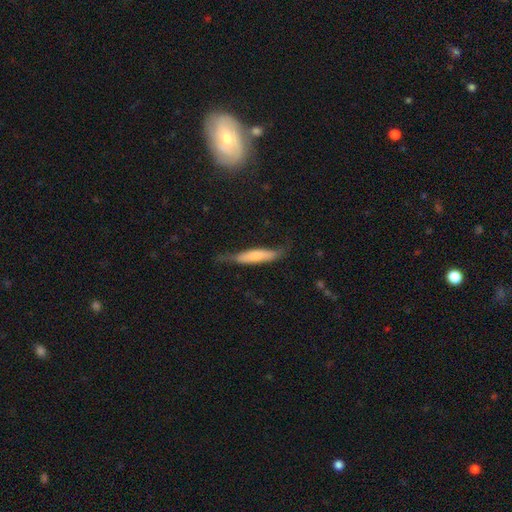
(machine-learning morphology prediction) Overall: smooth (60%; featured or disk 34%). How rounded: cigar-shaped (80%). Merging: none (56%; minor disturbance 30%).